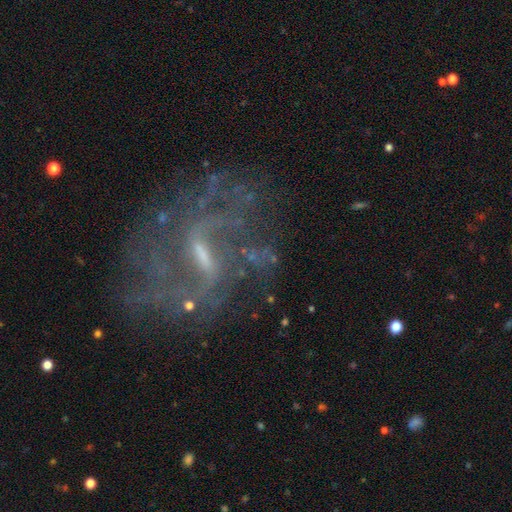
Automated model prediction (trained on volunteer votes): This appears to be a featured or disk galaxy (82%) with a strong bar (56%), 2 (66%) loose (47%) spiral arms (88%) and a small central bulge (39%). Merging: none (56%).